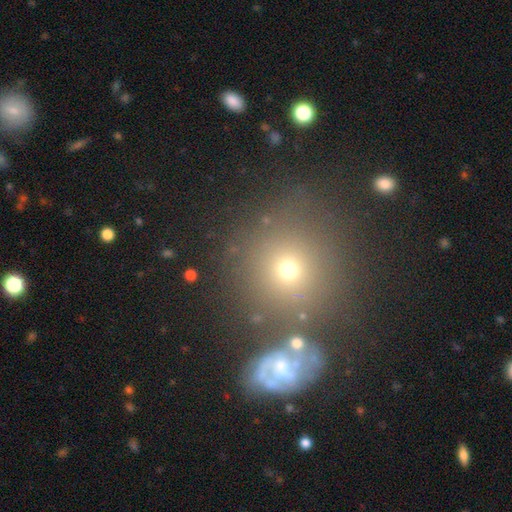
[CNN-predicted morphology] smooth_or_featured: smooth (p=0.54) [alt: star or artifact p=0.29]
how_rounded: round (p=0.90) [alt: in between p=0.09]
merging: none (p=0.74) [alt: merger p=0.12]